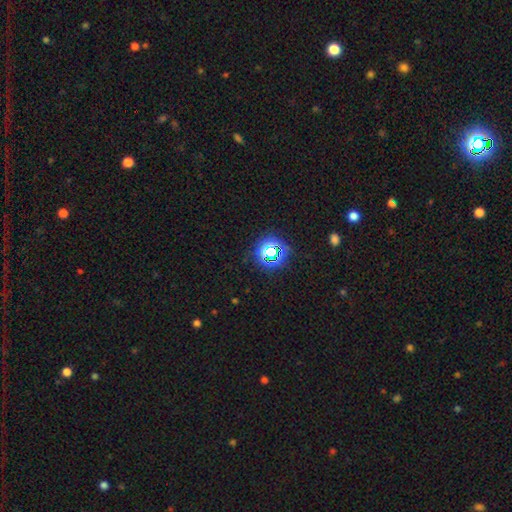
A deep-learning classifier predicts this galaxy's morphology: star or artifact 62%, smooth 33%, featured or disk 6%.